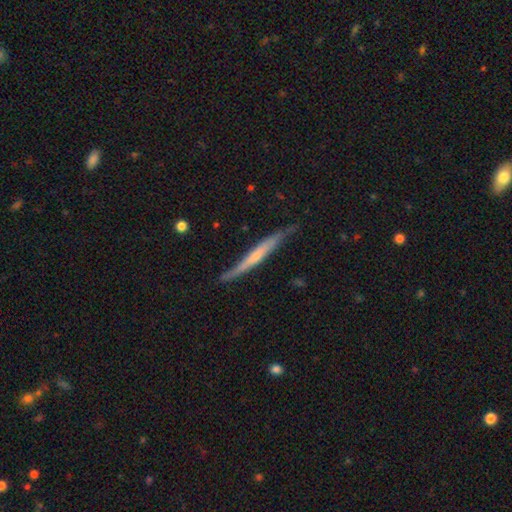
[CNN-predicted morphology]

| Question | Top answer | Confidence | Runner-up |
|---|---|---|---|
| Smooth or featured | featured or disk | 56% | smooth (38%) |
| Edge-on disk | yes | 91% | no (9%) |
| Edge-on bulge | none | 56% | rounded (33%) |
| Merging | none | 68% | minor disturbance (25%) |